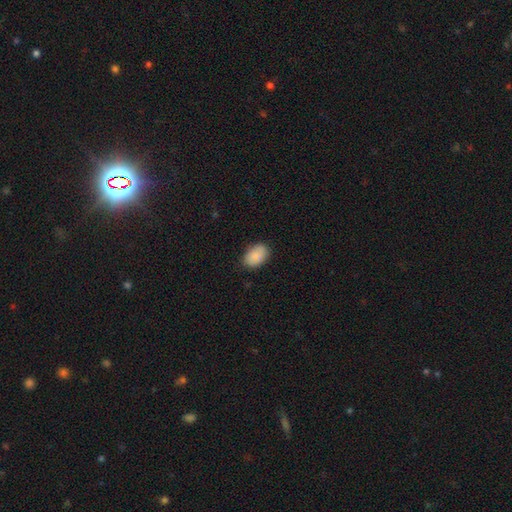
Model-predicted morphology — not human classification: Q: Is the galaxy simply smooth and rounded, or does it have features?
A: smooth — 88%.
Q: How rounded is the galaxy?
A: in between — 87%.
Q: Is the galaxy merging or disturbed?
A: none — 82%.